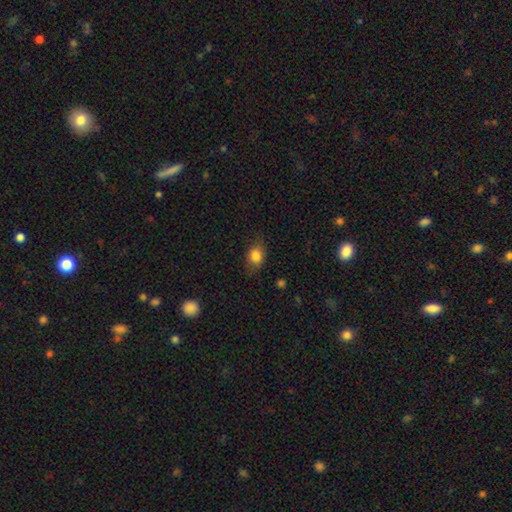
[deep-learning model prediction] smooth 83%, star or artifact 10%, featured or disk 8%. Down the decision tree: how rounded — in between (63%); merging — none (77%).